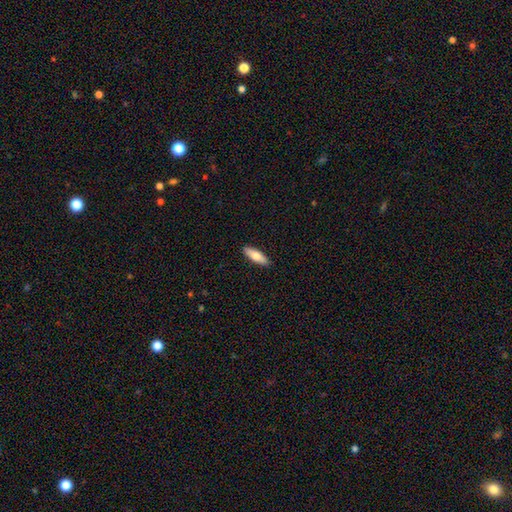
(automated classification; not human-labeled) Morphology: type=smooth (76%); roundness=in between (52%); merging=none (90%).